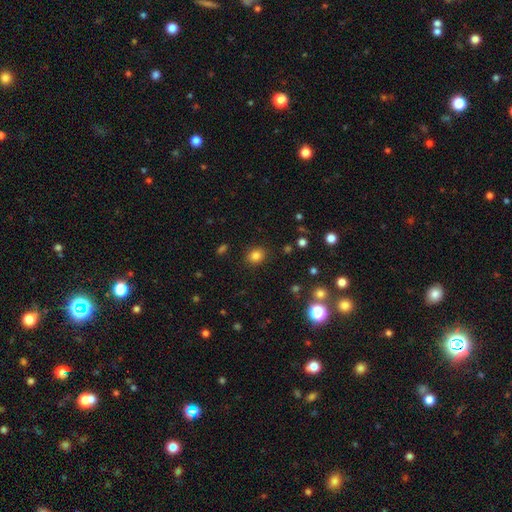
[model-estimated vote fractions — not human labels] Smooth or featured: smooth — 81% (star or artifact — 13%)
How rounded: round — 57% (in between — 42%)
Merging: none — 87% (minor disturbance — 9%)